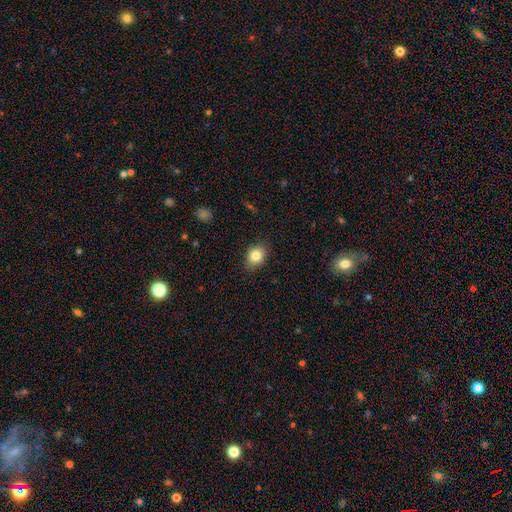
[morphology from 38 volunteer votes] smooth_or_featured: smooth (p=0.76) [alt: featured or disk p=0.16]
how_rounded: in between (p=0.62) [alt: round p=0.34]
merging: none (p=0.80) [alt: minor disturbance p=0.14]